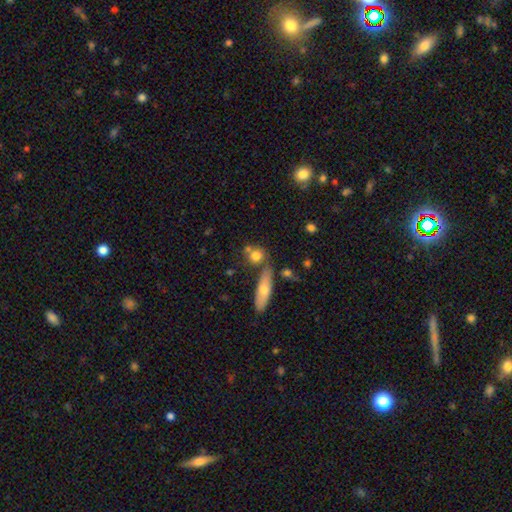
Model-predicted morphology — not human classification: This is likely a smooth galaxy (76%). How rounded: likely round (67%). Merging: possibly none (58%).